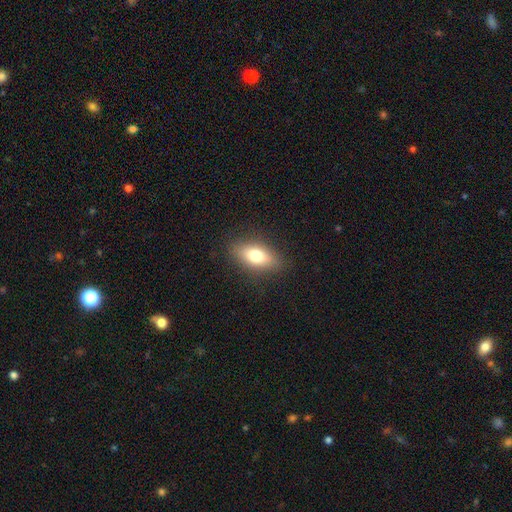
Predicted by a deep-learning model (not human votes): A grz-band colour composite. It shows a smooth galaxy with no disk features (73%) that is in between round and cigar-shaped (80%). Merging: none (87%).